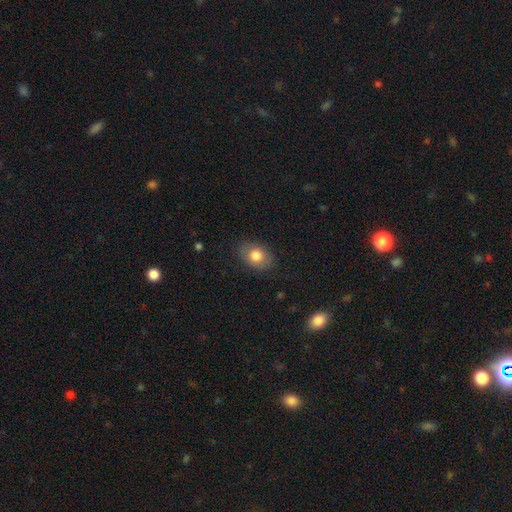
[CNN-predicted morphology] smooth-or-featured: smooth: 78% | featured or disk: 14% | star or artifact: 8%
  how-rounded: in between: 73% | round: 26% | cigar-shaped: 1%
  merging: none: 83% | minor disturbance: 12% | major disturbance: 3% | merger: 1%